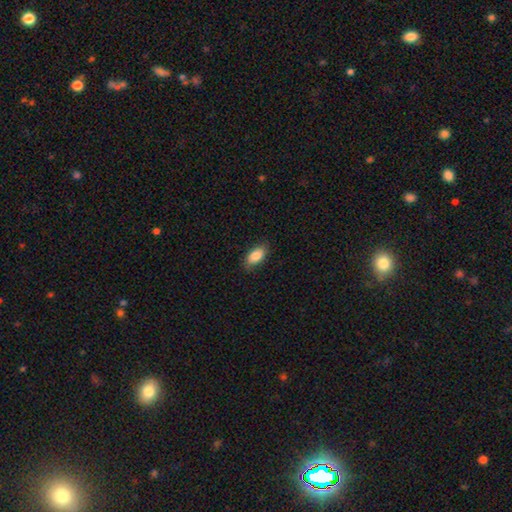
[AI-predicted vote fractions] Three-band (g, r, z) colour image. It shows a smooth galaxy with no disk features (85%) that is in between round and cigar-shaped (92%). Merging: none (81%).